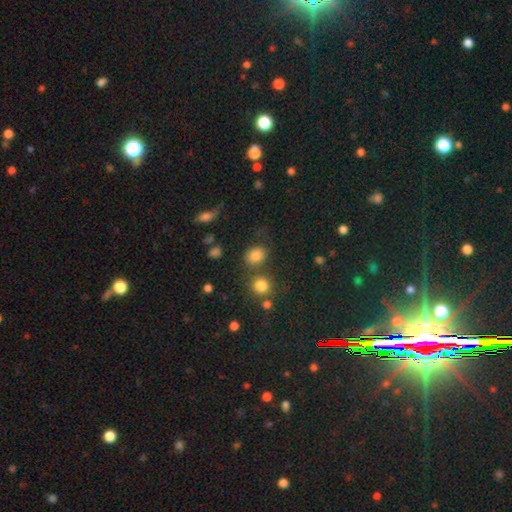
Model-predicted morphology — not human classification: Smooth or featured? Predicted: smooth (p=0.80). How rounded? Predicted: round (p=0.50). Merging? Predicted: none (p=0.64).